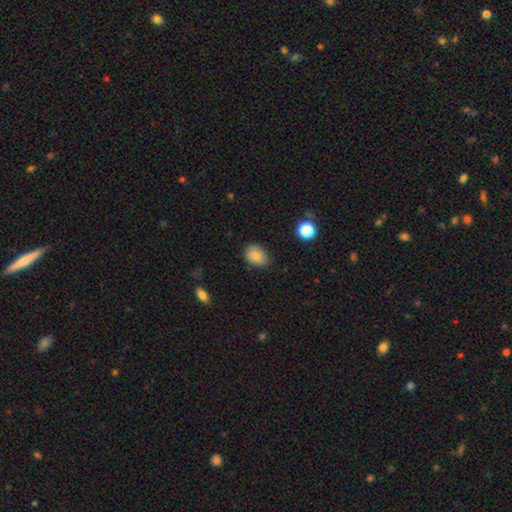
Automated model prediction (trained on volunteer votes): The model was most divided on "how rounded": in between: 76%, round: 23%, cigar-shaped: 1%. More confident: smooth or featured — smooth (85%); merging — none (80%).